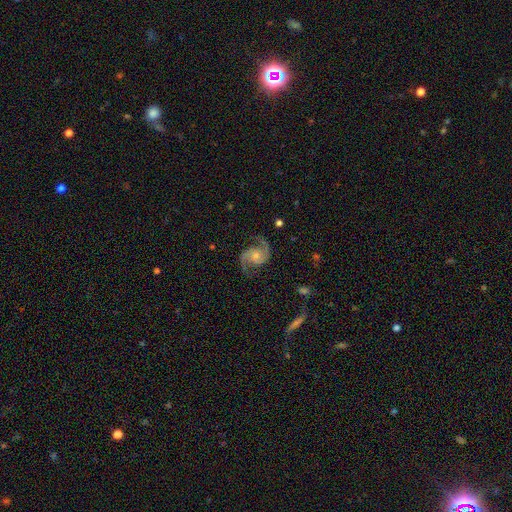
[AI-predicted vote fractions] This appears to be a featured or disk galaxy (91%) with no bar (69%), 2 (94%) medium (60%) spiral arms (98%) and a small central bulge (48%). Merging: none (82%).